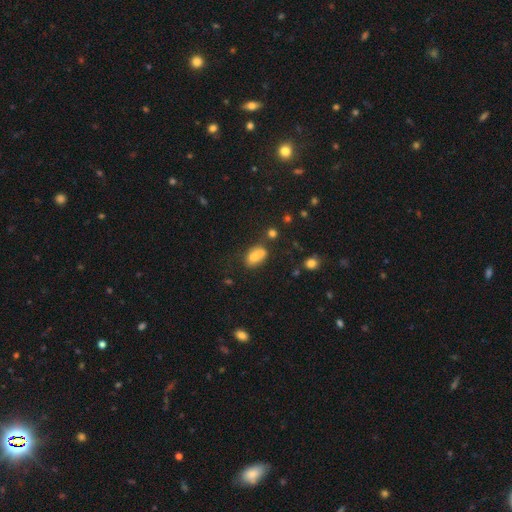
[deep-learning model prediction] Q: Smooth or featured?
A: smooth (71%); runner-up: featured or disk (18%)
Q: How rounded?
A: in between (70%); runner-up: round (28%)
Q: Merging?
A: merger (49%); runner-up: none (32%)